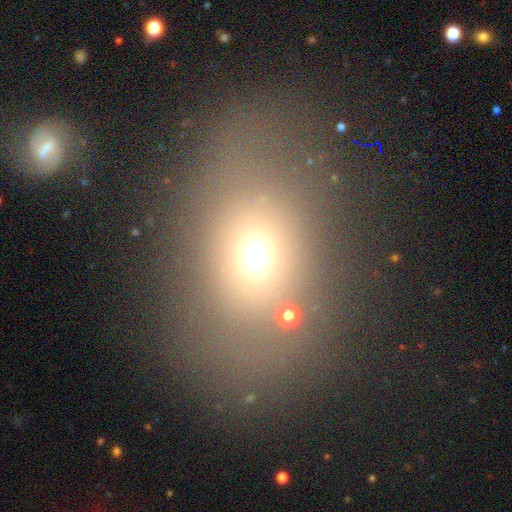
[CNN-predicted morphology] type=smooth (63%); roundness=in between (63%); merging=none (70%).